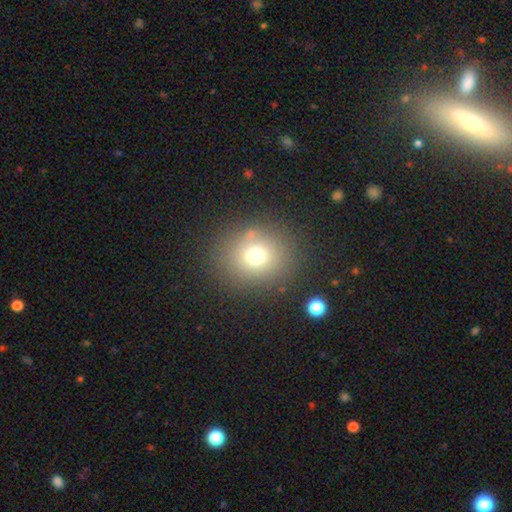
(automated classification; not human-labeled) A smooth galaxy with no disk features (70%) that is round (79%).

Vote fractions:
- Smooth or featured? smooth: 70% / star or artifact: 19% / featured or disk: 11%
- How rounded? round: 79% / in between: 20% / cigar-shaped: 1%
- Merging? none: 84% / minor disturbance: 9% / major disturbance: 5% / merger: 2%